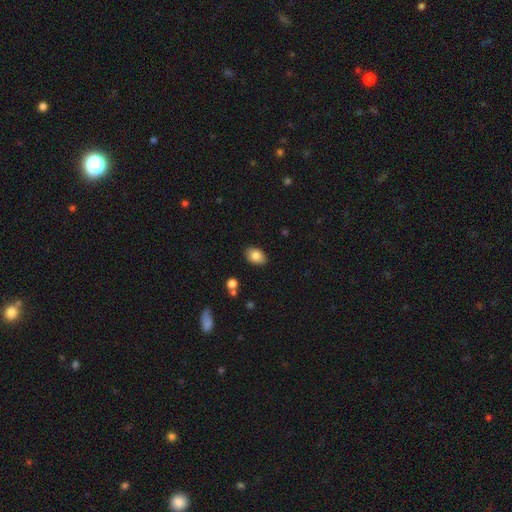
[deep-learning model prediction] This appears to be a smooth galaxy with no disk features (82%) that is in between round and cigar-shaped (86%). Merging: none (86%).